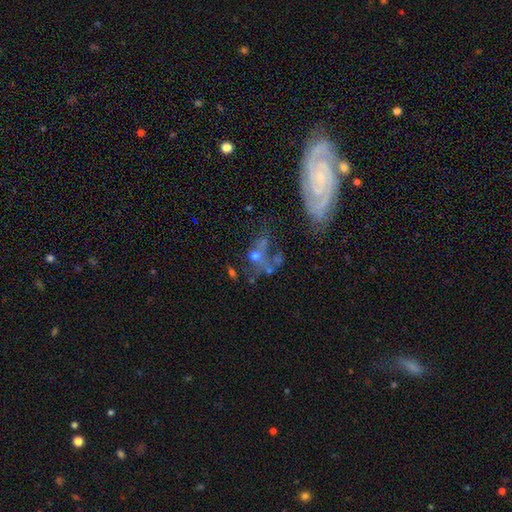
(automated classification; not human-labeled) A featured or disk galaxy (50%). Merging: none (32%).